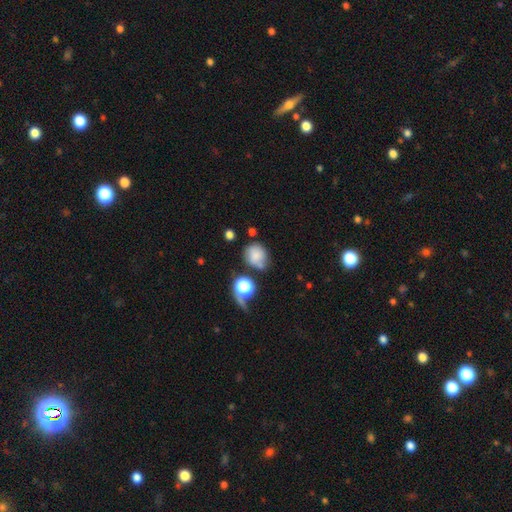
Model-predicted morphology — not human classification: This is likely a smooth galaxy (73%). How rounded: likely round (70%). Merging: possibly none (48%).